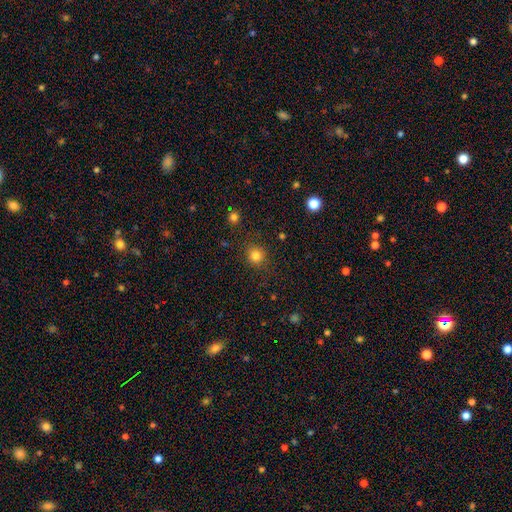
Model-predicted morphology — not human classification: Smooth or featured? Predicted: smooth (p=0.81). How rounded? Predicted: round (p=0.90). Merging? Predicted: none (p=0.87).